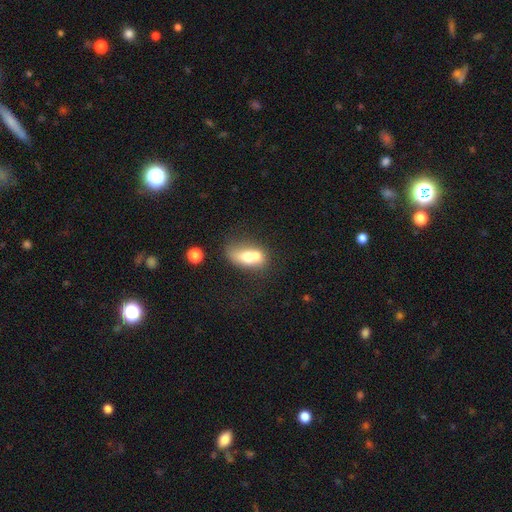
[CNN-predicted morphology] type=smooth (62%); roundness=in between (71%); merging=merger (61%).